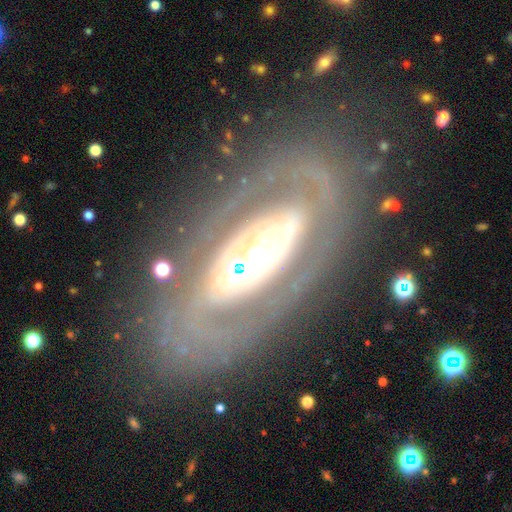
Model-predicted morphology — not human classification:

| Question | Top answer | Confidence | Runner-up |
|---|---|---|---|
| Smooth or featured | featured or disk | 81% | smooth (13%) |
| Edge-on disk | no | 88% | yes (12%) |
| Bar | no | 54% | strong (28%) |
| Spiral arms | yes | 56% | no (44%) |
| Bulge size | moderate | 43% | large (36%) |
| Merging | none | 76% | minor disturbance (13%) |